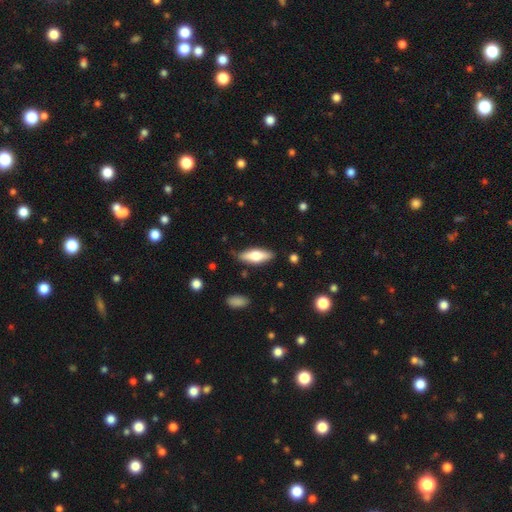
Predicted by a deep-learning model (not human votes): Smooth or featured?
  - smooth: 60% *
  - featured or disk: 34%
  - star or artifact: 6%
How rounded?
  - in between: 60% *
  - cigar-shaped: 38%
  - round: 2%
Merging?
  - none: 83% *
  - minor disturbance: 12%
  - major disturbance: 3%
  - merger: 2%